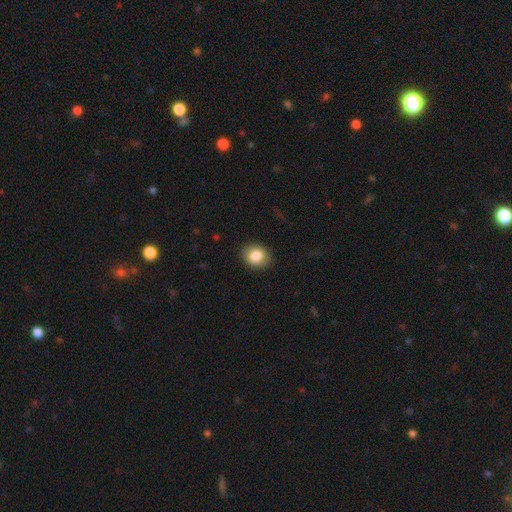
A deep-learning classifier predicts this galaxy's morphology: Overall: smooth (84%). How rounded: in between (51%; round 48%). Merging: none (87%).